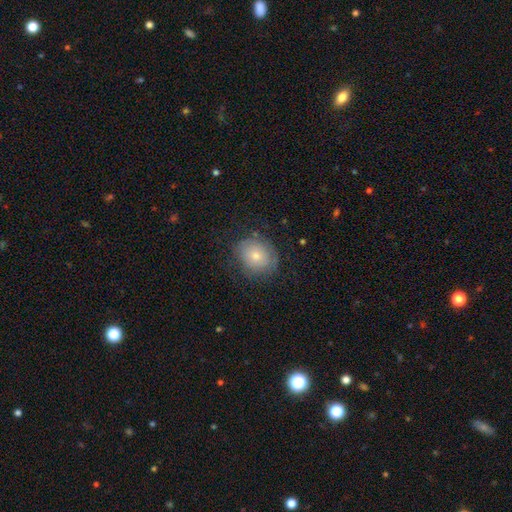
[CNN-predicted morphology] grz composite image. It shows a smooth galaxy with no disk features (63%) that is round (68%). Merging: none (73%).